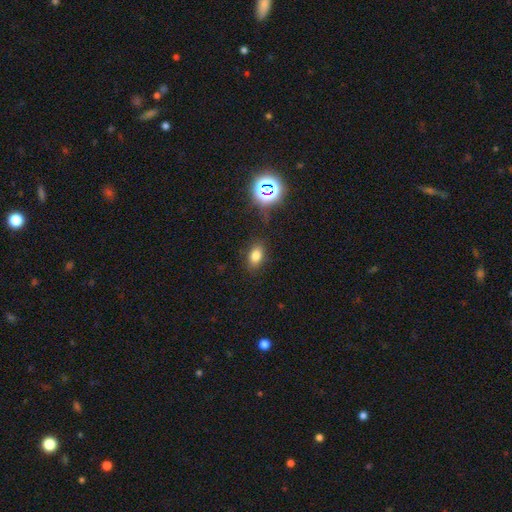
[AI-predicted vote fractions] Morphology: type=smooth (76%); roundness=in between (81%); merging=none (83%).